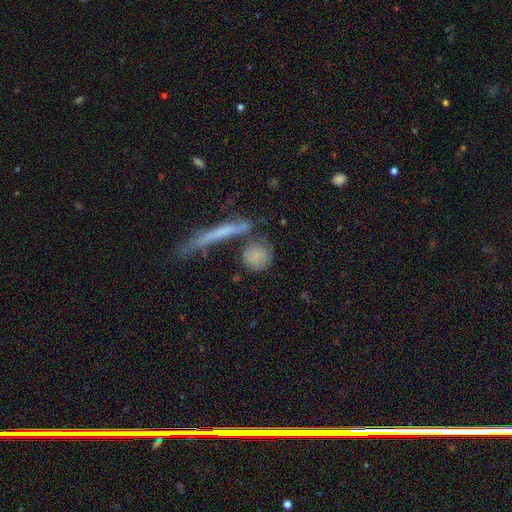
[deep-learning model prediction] smooth-or-featured: smooth: 74% | featured or disk: 17% | star or artifact: 9%
  how-rounded: round: 73% | in between: 15% | cigar-shaped: 12%
  merging: none: 61% | merger: 16% | minor disturbance: 15% | major disturbance: 8%